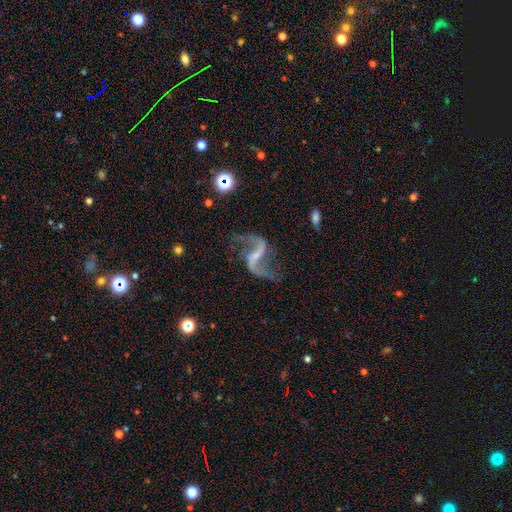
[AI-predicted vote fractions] Morphology: type=featured or disk (91%); edge-on=no (97%); bar=weak (43%); spiral arms=yes (96%); winding=loose (88%); arm count=2 (94%); bulge=small (60%); merging=none (70%).